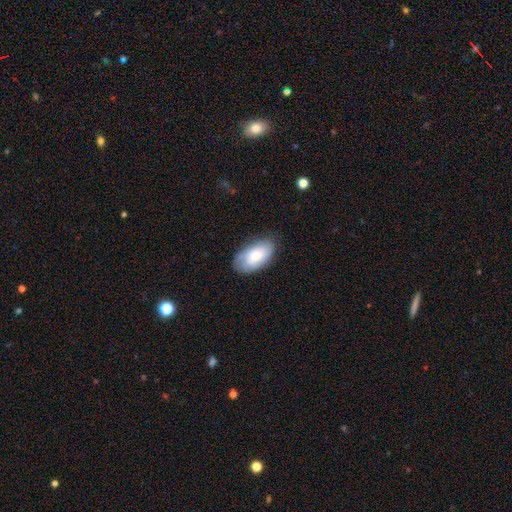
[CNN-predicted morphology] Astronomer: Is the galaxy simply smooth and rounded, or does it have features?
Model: smooth — 68%.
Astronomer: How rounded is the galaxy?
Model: in between — 94%.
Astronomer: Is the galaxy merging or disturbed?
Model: none — 77%.